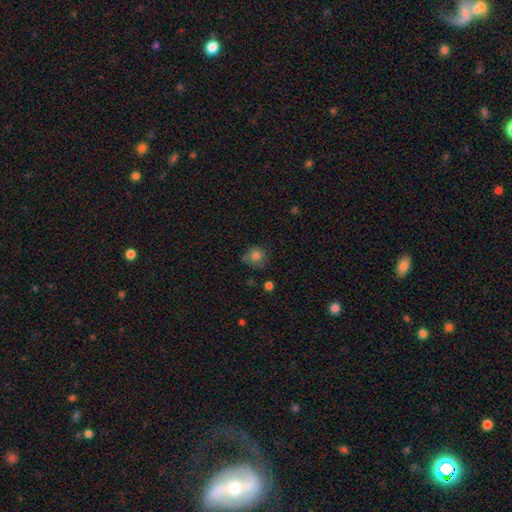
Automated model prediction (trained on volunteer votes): Smooth or featured? Predicted: smooth (p=0.80). How rounded? Predicted: round (p=0.86). Merging? Predicted: none (p=0.65).